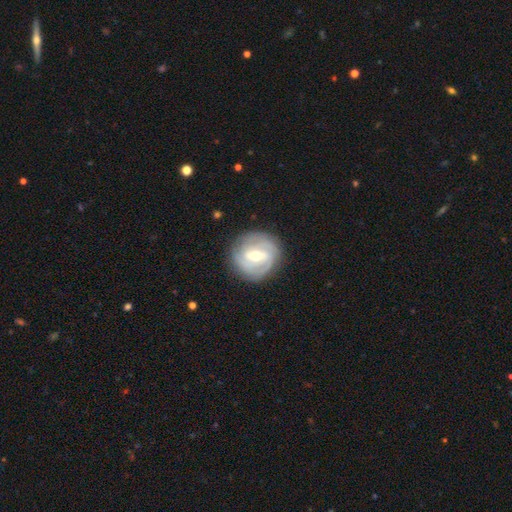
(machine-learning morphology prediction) This is likely a featured or disk galaxy (79%). It is clearly not viewed edge-on (97%). Bar: possibly weak (53%). Spiral arm pattern: clearly yes (90%). Spiral arm count: marginally 2 (36%). Spiral winding: likely tight (61%). Central bulge: likely moderate (69%). Merging: clearly none (83%).